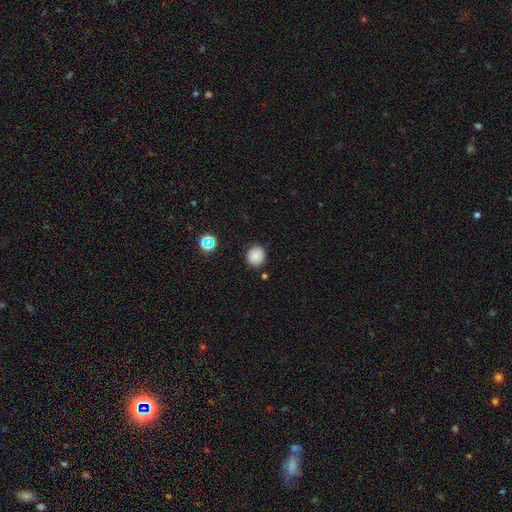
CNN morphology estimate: This is clearly a smooth galaxy (83%). How rounded: clearly round (86%). Merging: clearly none (85%).